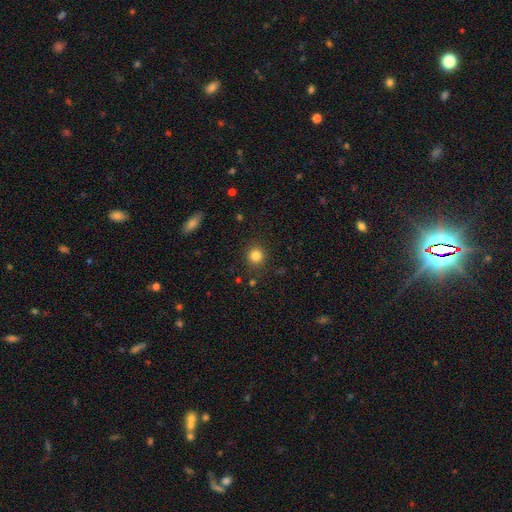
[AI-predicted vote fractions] smooth_or_featured: smooth (p=0.83) [alt: star or artifact p=0.12]
how_rounded: round (p=0.91) [alt: in between p=0.08]
merging: none (p=0.89) [alt: minor disturbance p=0.07]